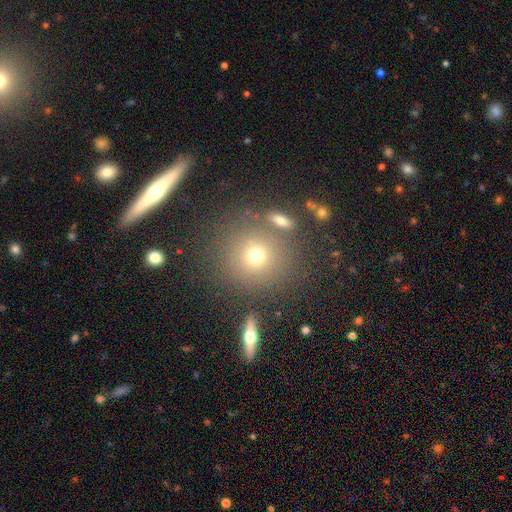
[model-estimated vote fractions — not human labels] This appears to be a smooth galaxy with no disk features (67%) that is round (88%). Merging: none (78%).